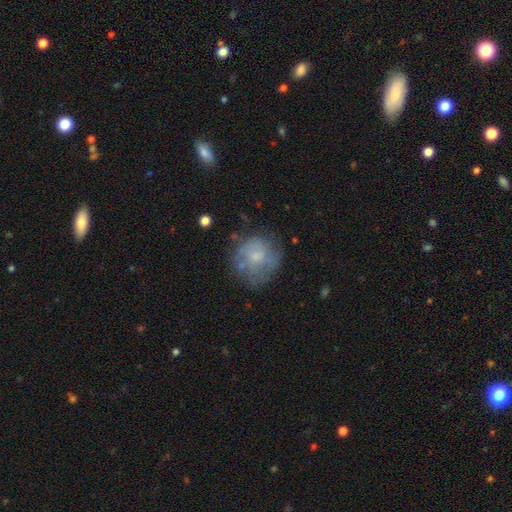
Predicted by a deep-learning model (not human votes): smooth_or_featured: smooth (p=0.54) [alt: featured or disk p=0.37]
how_rounded: round (p=0.84) [alt: in between p=0.15]
merging: none (p=0.61) [alt: minor disturbance p=0.22]